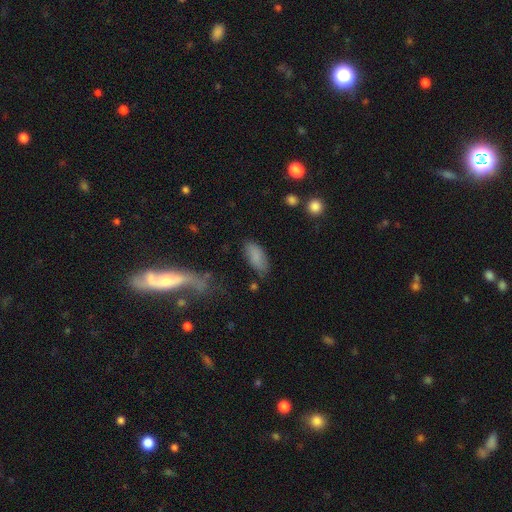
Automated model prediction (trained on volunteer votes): Smooth or featured: smooth — 84% (featured or disk — 8%)
How rounded: in between — 88% (cigar-shaped — 10%)
Merging: none — 73% (minor disturbance — 19%)